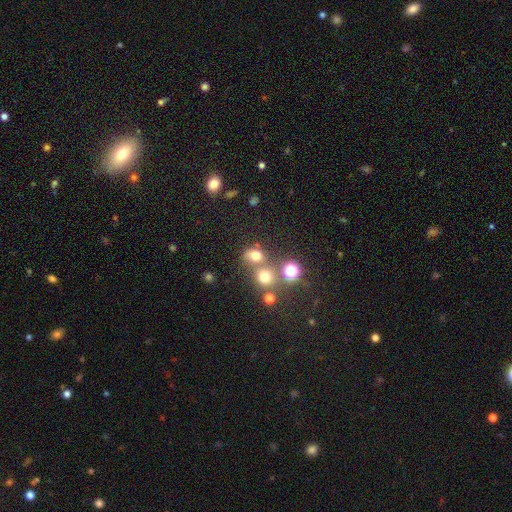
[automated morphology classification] smooth_or_featured: smooth (p=0.69) [alt: star or artifact p=0.22]
how_rounded: round (p=0.66) [alt: in between p=0.33]
merging: none (p=0.53) [alt: merger p=0.31]